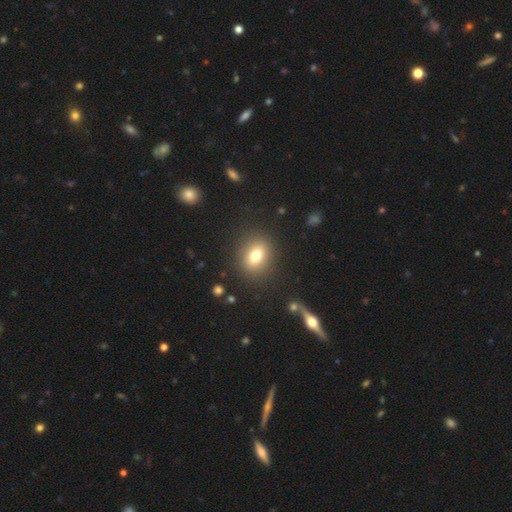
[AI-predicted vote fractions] Smooth or featured: smooth — 75% (featured or disk — 13%)
How rounded: in between — 52% (round — 46%)
Merging: none — 86% (minor disturbance — 8%)